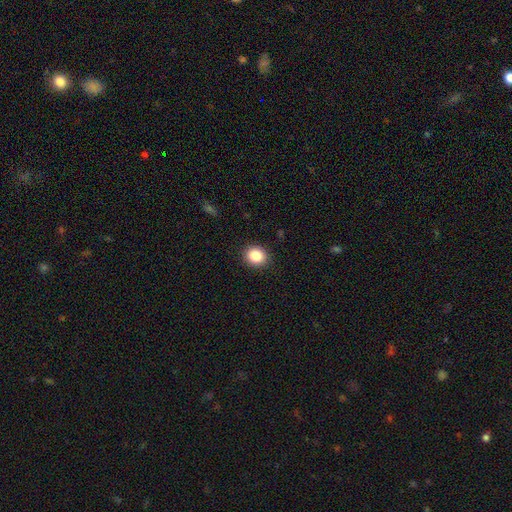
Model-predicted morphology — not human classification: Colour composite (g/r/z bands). It shows a smooth galaxy with no disk features (86%) that is round (72%). Merging: none (90%).